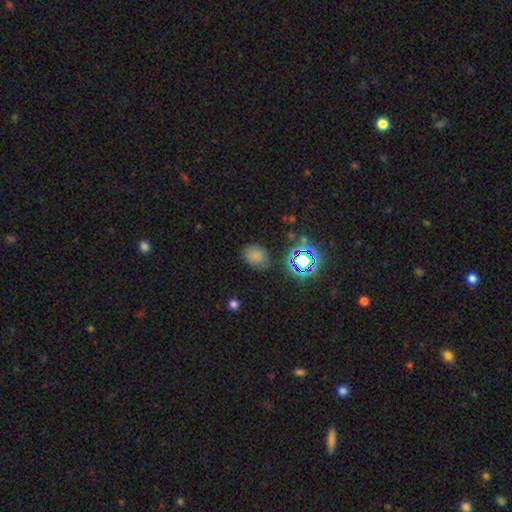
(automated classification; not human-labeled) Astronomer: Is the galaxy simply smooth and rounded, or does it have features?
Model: smooth — 70%.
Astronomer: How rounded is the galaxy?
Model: in between — 57% (runner-up: round, 42%).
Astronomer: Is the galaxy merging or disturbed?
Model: none — 74%.